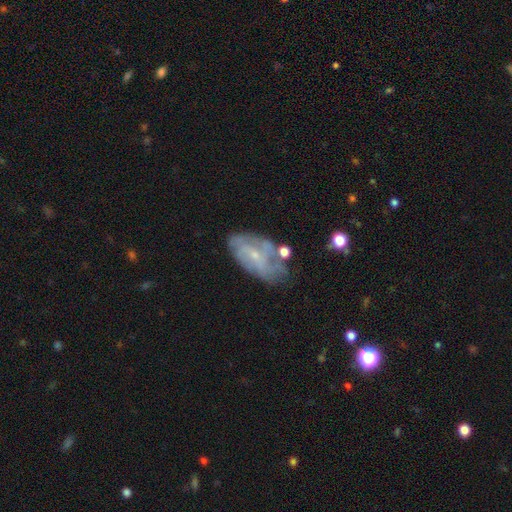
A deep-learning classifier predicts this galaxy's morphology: A featured or disk galaxy (69%) with no bar (56%), spiral arms (74%) and a small central bulge (76%). Merging: none (50%).